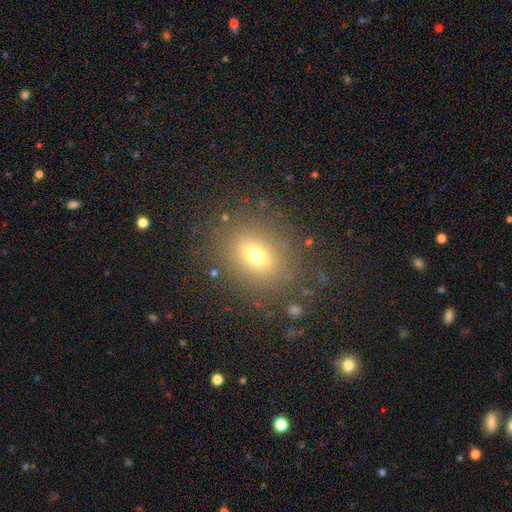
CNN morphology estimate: Q: Smooth or featured?
A: smooth (67%); runner-up: star or artifact (17%)
Q: How rounded?
A: in between (56%); runner-up: round (42%)
Q: Merging?
A: none (82%); runner-up: minor disturbance (10%)